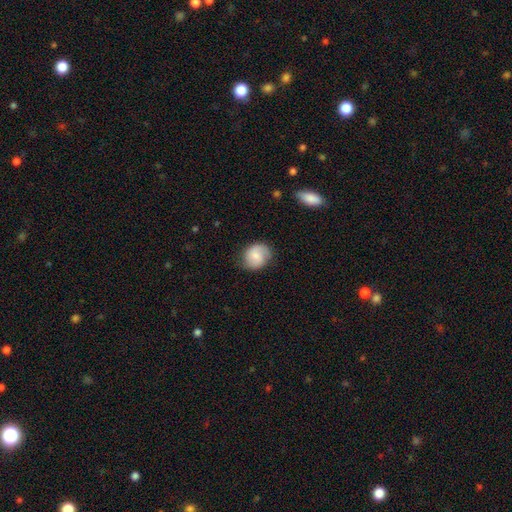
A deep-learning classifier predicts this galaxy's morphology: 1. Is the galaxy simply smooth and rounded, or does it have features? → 65% smooth, 28% featured or disk, 7% star or artifact.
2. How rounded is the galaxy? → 73% round, 26% in between, 1% cigar-shaped.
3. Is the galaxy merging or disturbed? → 75% none, 19% minor disturbance, 5% major disturbance, 1% merger.